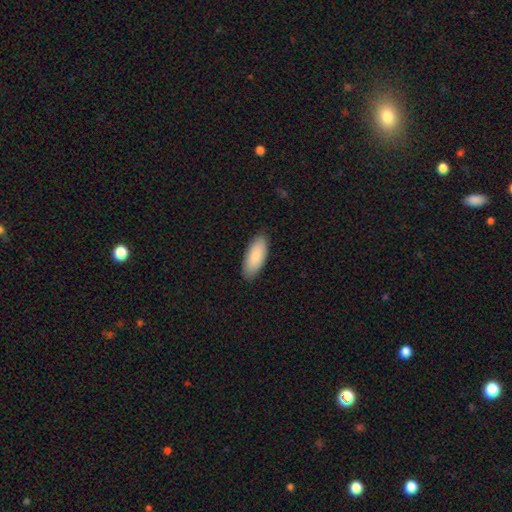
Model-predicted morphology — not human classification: A smooth galaxy with no disk features (87%) that is in between round and cigar-shaped (85%).

Vote fractions:
- Smooth or featured? smooth: 87% / featured or disk: 8% / star or artifact: 5%
- How rounded? in between: 85% / cigar-shaped: 14% / round: 2%
- Merging? none: 88% / minor disturbance: 9% / major disturbance: 2% / merger: 1%